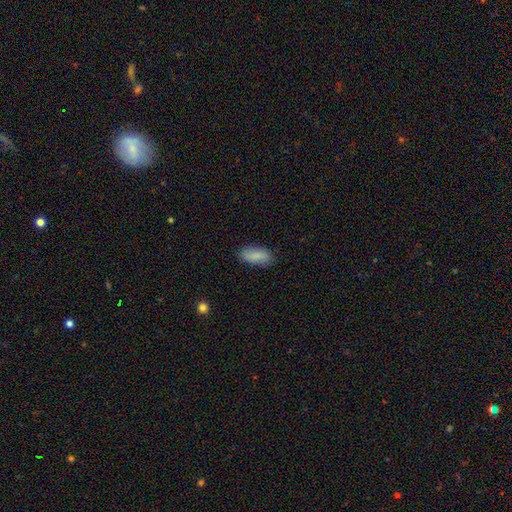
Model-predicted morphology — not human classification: Q: Smooth or featured?
A: smooth (86%); runner-up: featured or disk (7%)
Q: How rounded?
A: in between (87%); runner-up: cigar-shaped (10%)
Q: Merging?
A: none (82%); runner-up: minor disturbance (14%)